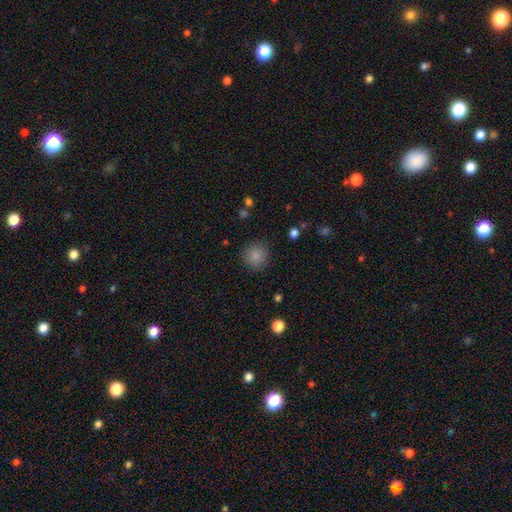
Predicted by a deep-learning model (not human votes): smooth-or-featured: smooth: 85% | star or artifact: 10% | featured or disk: 5%
  how-rounded: round: 92% | in between: 7% | cigar-shaped: 1%
  merging: none: 86% | minor disturbance: 9% | major disturbance: 3% | merger: 1%